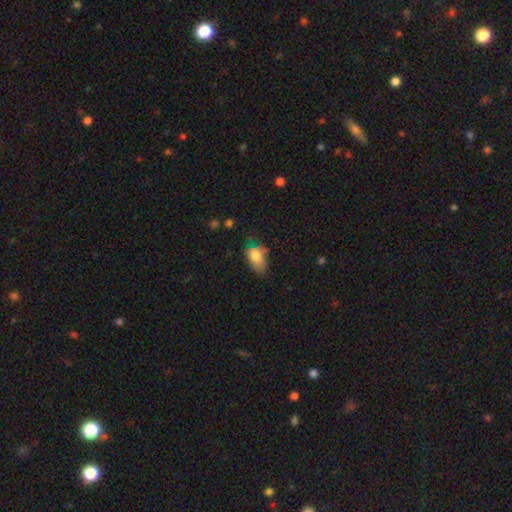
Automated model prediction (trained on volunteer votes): This appears to be a smooth galaxy with no disk features (77%) that is in between round and cigar-shaped (84%). Merging: none (40%).